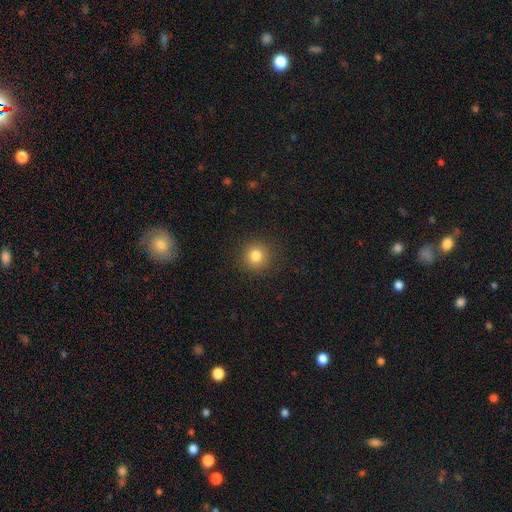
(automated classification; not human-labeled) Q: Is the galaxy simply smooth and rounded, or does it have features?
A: smooth — 82%.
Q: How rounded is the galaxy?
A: round — 94%.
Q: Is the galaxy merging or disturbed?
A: none — 91%.